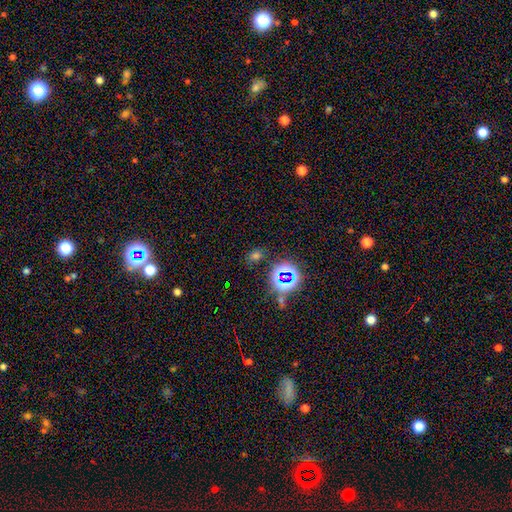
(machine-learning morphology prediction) Overall: smooth (52%; star or artifact 41%). How rounded: in between (52%; round 46%). Merging: none (80%).